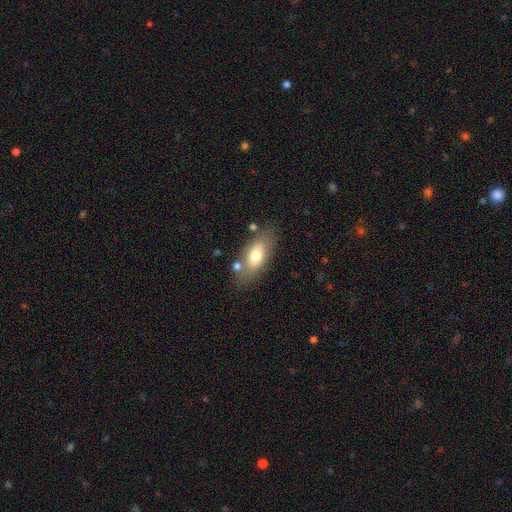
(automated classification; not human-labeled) This appears to be a smooth galaxy with no disk features (69%) that is in between round and cigar-shaped (84%). Merging: none (73%).